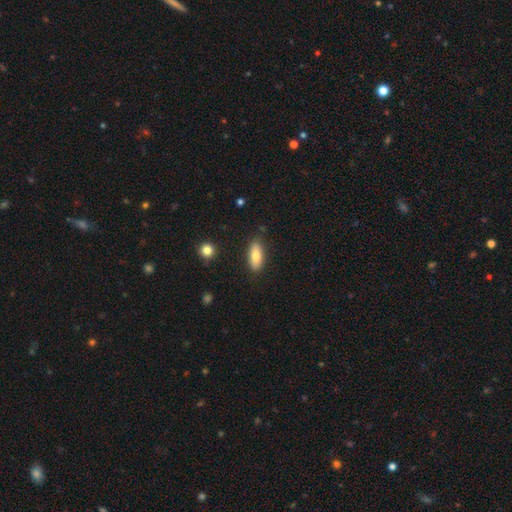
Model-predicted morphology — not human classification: The model was most divided on "how rounded": in between: 77%, cigar-shaped: 21%, round: 2%. More confident: merging — none (84%); smooth or featured — smooth (81%).